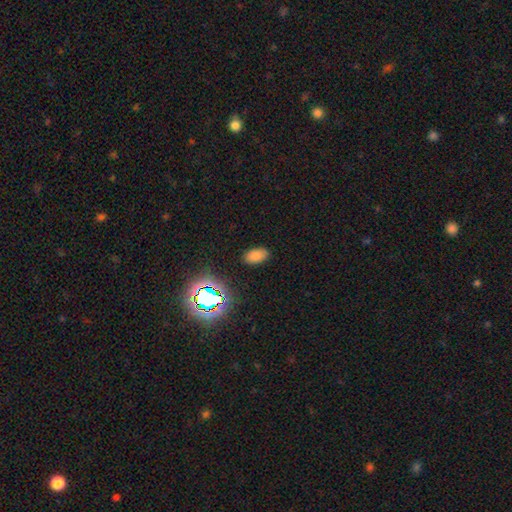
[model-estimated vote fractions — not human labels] Overall: smooth (76%). How rounded: in between (93%). Merging: none (88%).